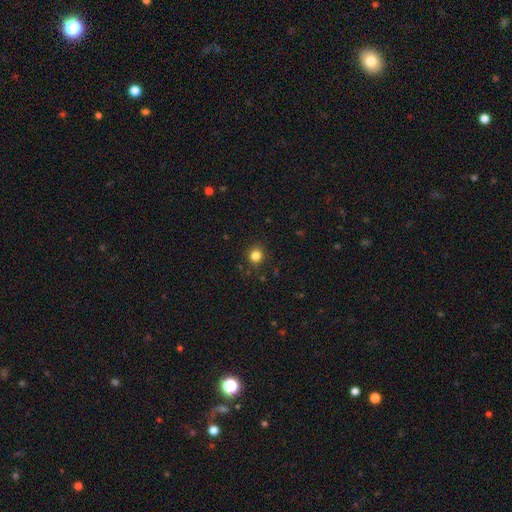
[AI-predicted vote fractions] Q: Smooth or featured?
A: smooth (82%); runner-up: star or artifact (13%)
Q: How rounded?
A: round (88%); runner-up: in between (11%)
Q: Merging?
A: none (89%); runner-up: minor disturbance (7%)